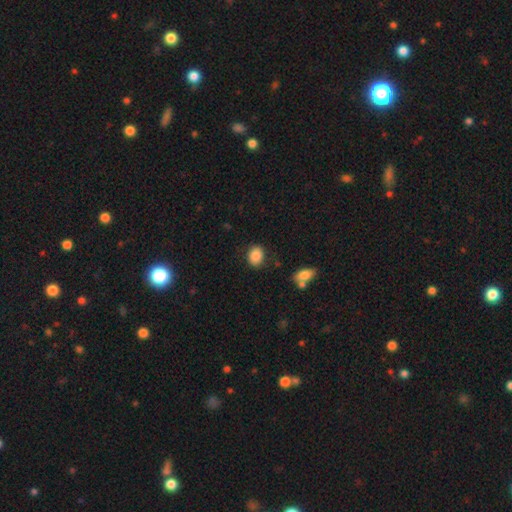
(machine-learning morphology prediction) smooth-or-featured: smooth: 86% | star or artifact: 8% | featured or disk: 6%
  how-rounded: in between: 54% | round: 45% | cigar-shaped: 1%
  merging: none: 83% | minor disturbance: 11% | major disturbance: 3% | merger: 3%